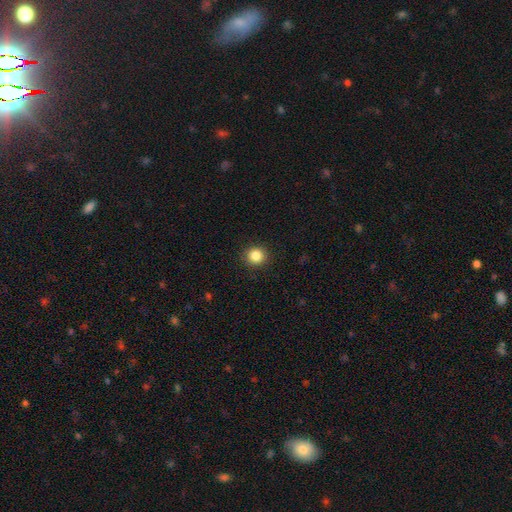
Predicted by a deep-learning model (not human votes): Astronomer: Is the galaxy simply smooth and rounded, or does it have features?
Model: smooth — 85%.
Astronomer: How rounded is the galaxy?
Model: round — 91%.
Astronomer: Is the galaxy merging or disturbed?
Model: none — 92%.